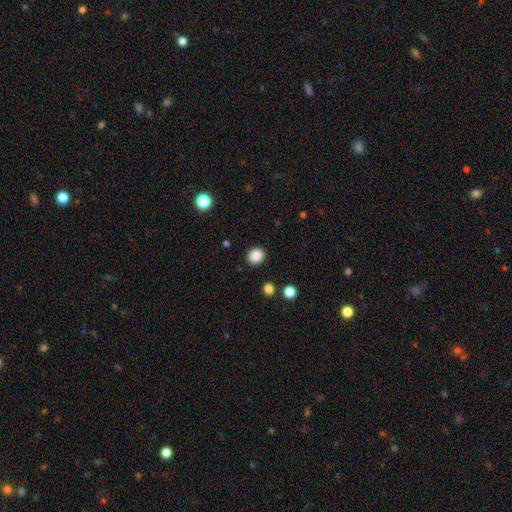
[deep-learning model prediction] The model was most divided on "how rounded": round: 80%, in between: 20%, cigar-shaped: 1%. More confident: merging — none (90%); smooth or featured — smooth (87%).